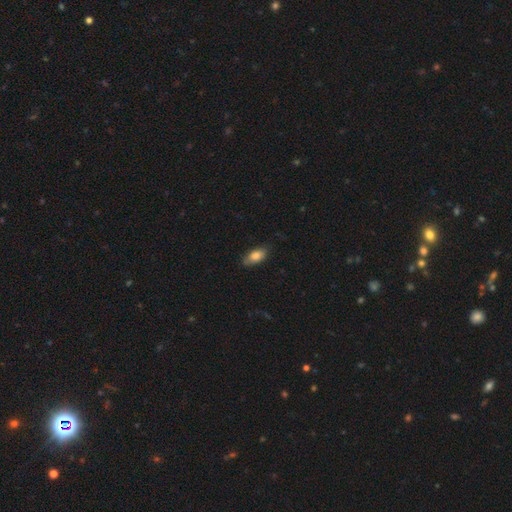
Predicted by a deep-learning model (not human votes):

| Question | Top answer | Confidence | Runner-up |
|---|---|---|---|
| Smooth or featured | smooth | 80% | featured or disk (12%) |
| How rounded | in between | 89% | cigar-shaped (7%) |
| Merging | none | 75% | minor disturbance (20%) |